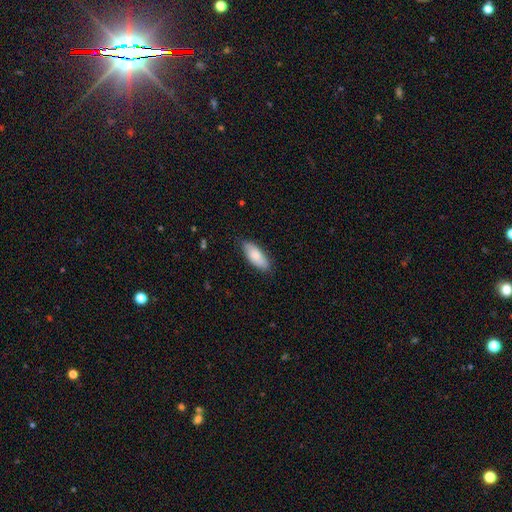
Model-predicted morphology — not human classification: Smooth or featured? smooth (80%)
How rounded? in between (81%)
Merging? none (78%)